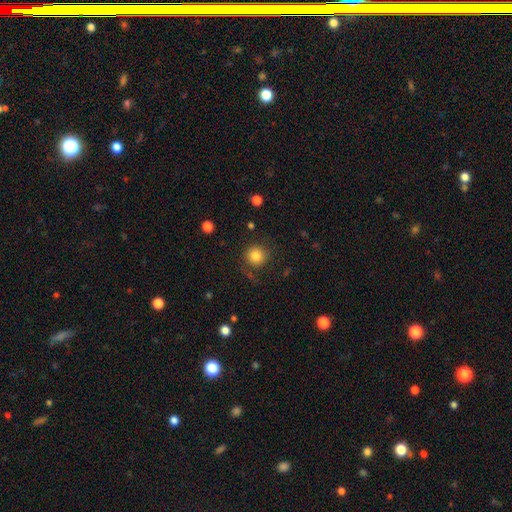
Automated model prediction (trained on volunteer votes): Q: Smooth or featured?
A: smooth (83%); runner-up: star or artifact (11%)
Q: How rounded?
A: round (91%); runner-up: in between (8%)
Q: Merging?
A: none (82%); runner-up: minor disturbance (11%)